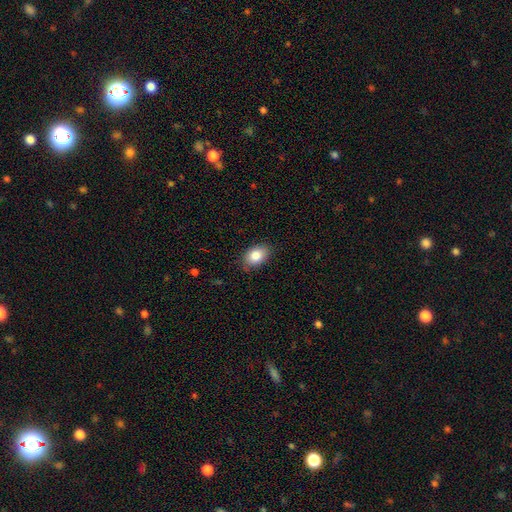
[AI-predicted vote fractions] Smooth or featured?
  - smooth: 84% *
  - featured or disk: 8%
  - star or artifact: 8%
How rounded?
  - in between: 83% *
  - round: 15%
  - cigar-shaped: 1%
Merging?
  - none: 84% *
  - minor disturbance: 12%
  - major disturbance: 3%
  - merger: 1%